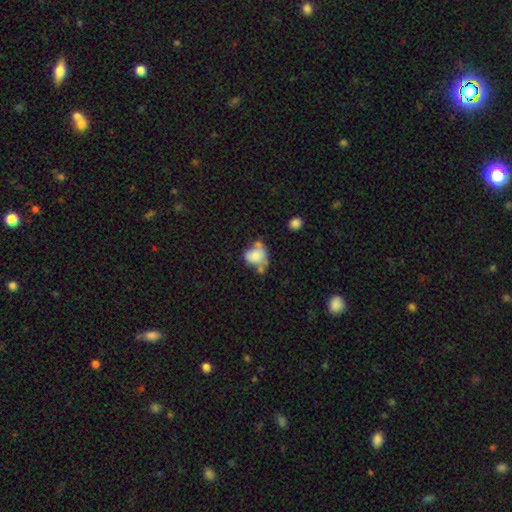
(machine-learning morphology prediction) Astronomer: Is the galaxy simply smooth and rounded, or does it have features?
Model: smooth — 70%.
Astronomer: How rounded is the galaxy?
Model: round — 54% (runner-up: in between, 44%).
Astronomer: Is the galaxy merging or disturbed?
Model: none — 32% (runner-up: merger, 30%).